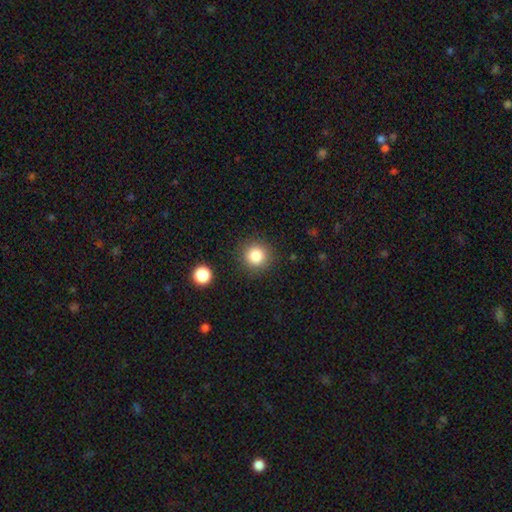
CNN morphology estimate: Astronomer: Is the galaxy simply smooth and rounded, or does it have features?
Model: smooth — 83%.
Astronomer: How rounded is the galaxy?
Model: round — 94%.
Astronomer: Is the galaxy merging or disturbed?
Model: none — 88%.